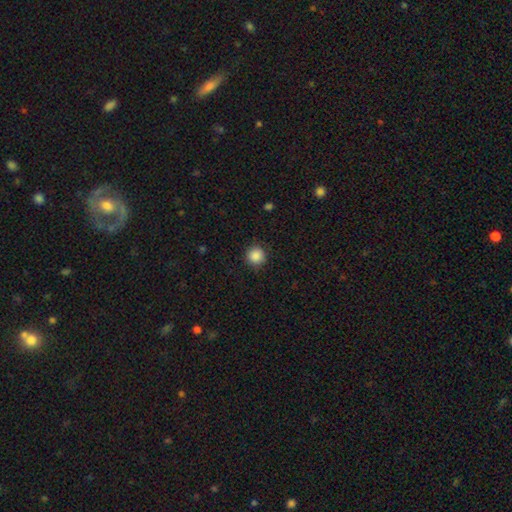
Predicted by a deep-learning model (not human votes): A smooth galaxy with no disk features (87%) that is round (95%). Merging: none (90%).